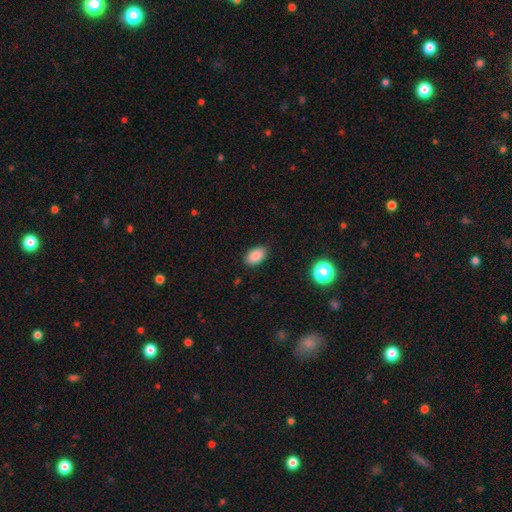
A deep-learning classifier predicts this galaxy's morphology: Q: Smooth or featured?
A: smooth (86%); runner-up: star or artifact (9%)
Q: How rounded?
A: in between (92%); runner-up: round (7%)
Q: Merging?
A: none (87%); runner-up: minor disturbance (10%)